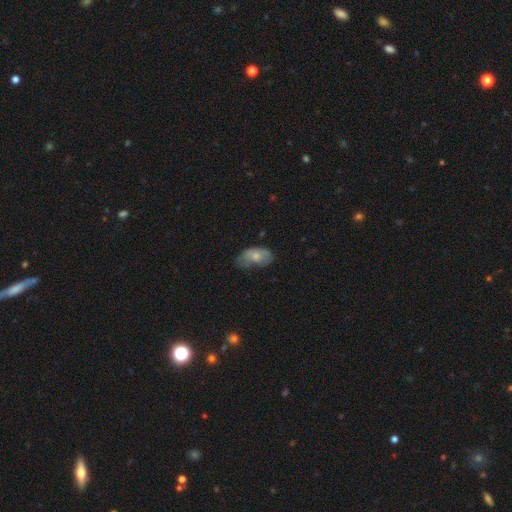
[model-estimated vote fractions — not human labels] A smooth galaxy with no disk features (67%) that is in between round and cigar-shaped (91%). Merging: none (40%).